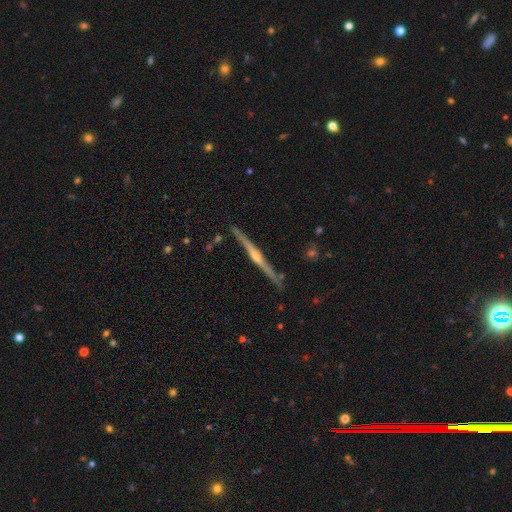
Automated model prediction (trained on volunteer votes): Overall: featured or disk (85%). Edge-on disk: yes (98%). Edge-on bulge: rounded (83%). Merging: none (89%).